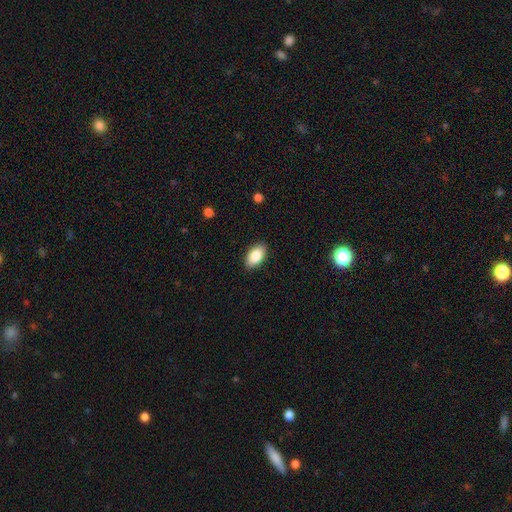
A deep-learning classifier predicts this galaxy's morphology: smooth 87%, star or artifact 7%, featured or disk 7%. Down the decision tree: how rounded — in between (94%); merging — none (88%).